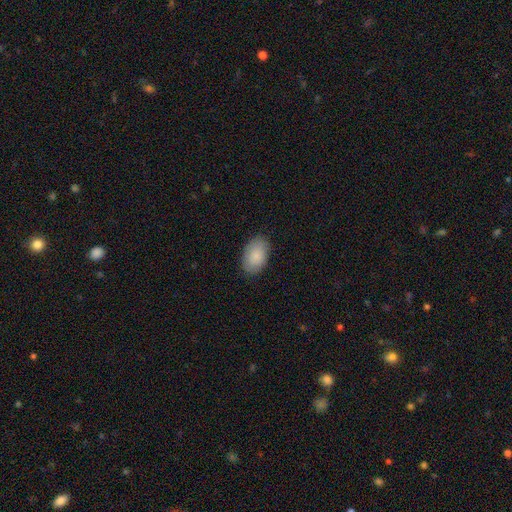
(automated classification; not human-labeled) Overall: smooth (87%). How rounded: in between (91%). Merging: none (84%).